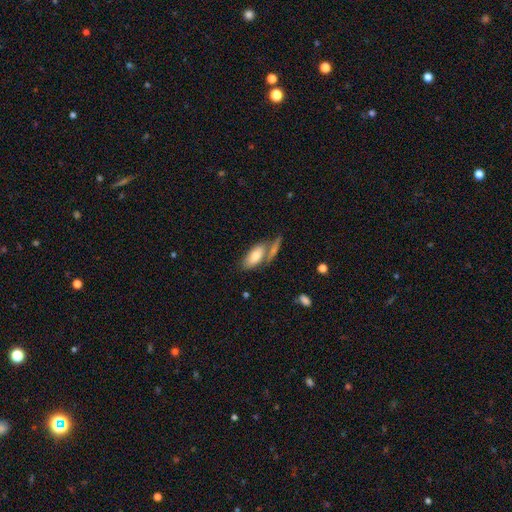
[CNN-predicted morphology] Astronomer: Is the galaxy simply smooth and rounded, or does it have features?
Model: smooth — 74%.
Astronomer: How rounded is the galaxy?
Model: in between — 86%.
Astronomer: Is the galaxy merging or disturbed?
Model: none — 45% (runner-up: merger, 37%).